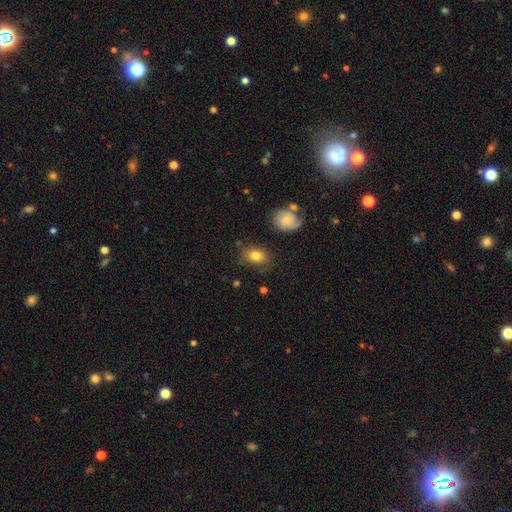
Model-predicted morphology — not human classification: smooth-or-featured: smooth: 78% | featured or disk: 13% | star or artifact: 8%
  how-rounded: in between: 73% | round: 26% | cigar-shaped: 1%
  merging: none: 75% | minor disturbance: 16% | major disturbance: 5% | merger: 4%